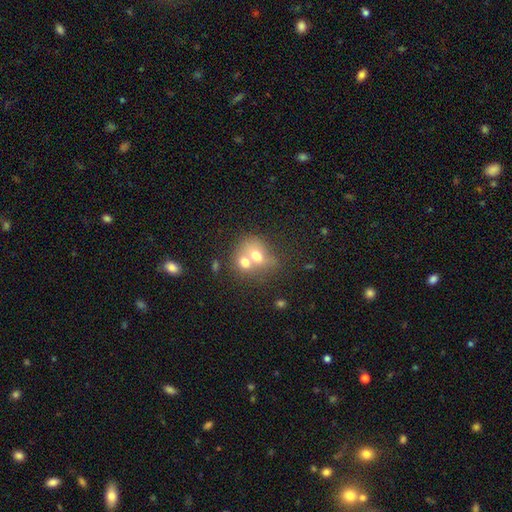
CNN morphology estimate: Smooth or featured? smooth (63%)
How rounded? round (53%)
Merging? merger (65%)